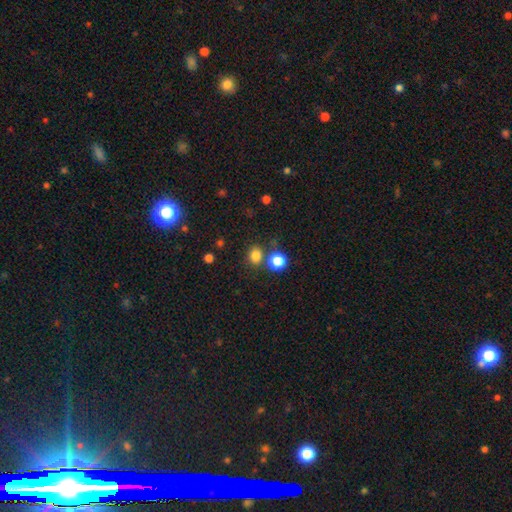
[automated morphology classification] type=smooth (81%); roundness=round (68%); merging=none (72%).